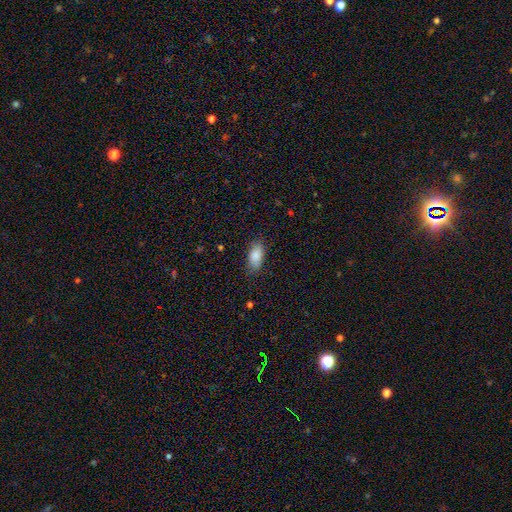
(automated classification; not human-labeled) The model was most divided on "merging": none: 81%, minor disturbance: 14%, major disturbance: 4%, merger: 1%. More confident: how rounded — in between (88%); smooth or featured — smooth (87%).